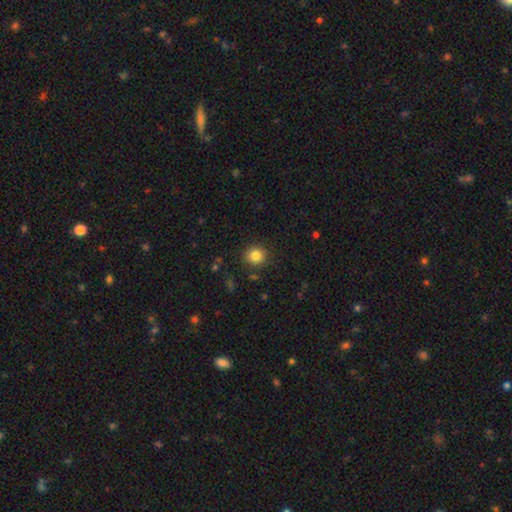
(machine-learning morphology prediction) Smooth or featured? smooth (83%)
How rounded? round (90%)
Merging? none (90%)